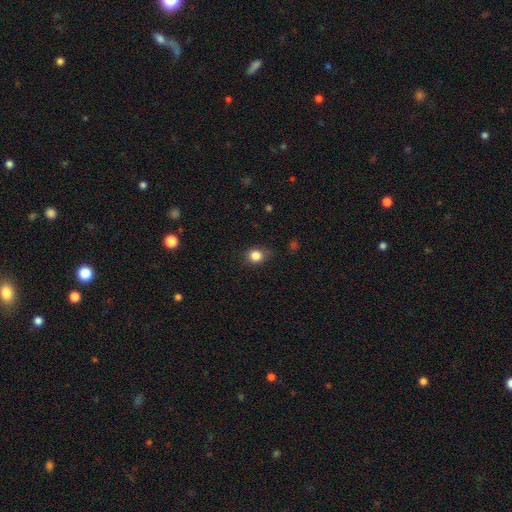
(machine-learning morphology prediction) Q: Smooth or featured?
A: smooth (84%); runner-up: star or artifact (11%)
Q: How rounded?
A: round (72%); runner-up: in between (27%)
Q: Merging?
A: none (79%); runner-up: minor disturbance (16%)